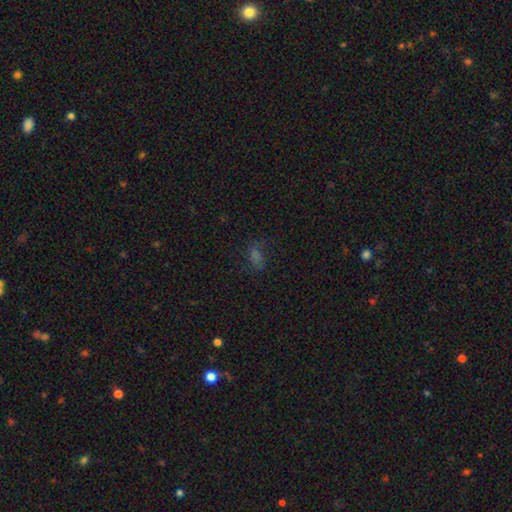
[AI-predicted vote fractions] Overall: smooth (45%; star or artifact 33%). Merging: none (57%; minor disturbance 21%).